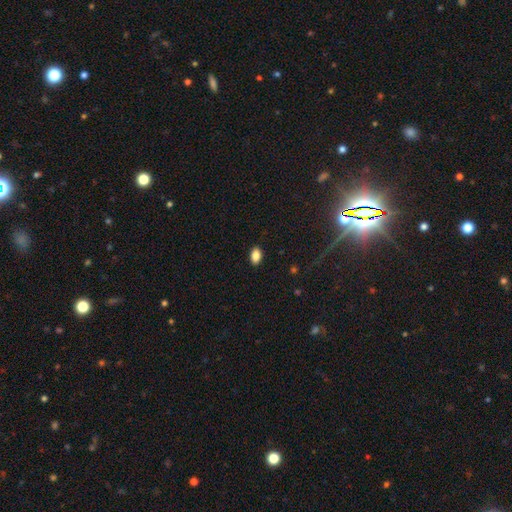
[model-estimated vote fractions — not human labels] smooth-or-featured: smooth: 85% | star or artifact: 9% | featured or disk: 6%
  how-rounded: in between: 88% | round: 11% | cigar-shaped: 2%
  merging: none: 89% | minor disturbance: 8% | major disturbance: 2% | merger: 1%